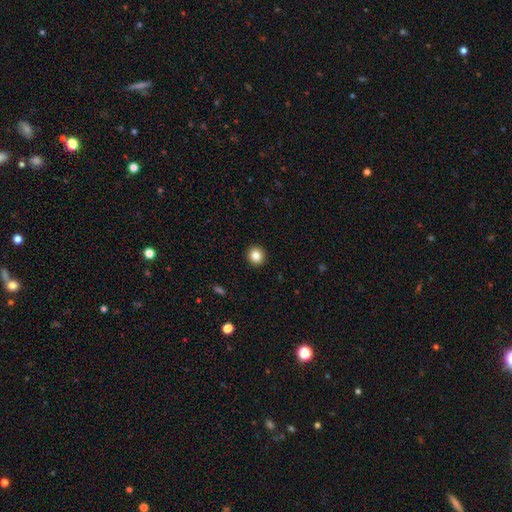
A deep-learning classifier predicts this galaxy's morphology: smooth 85%, star or artifact 10%, featured or disk 6%. Down the decision tree: how rounded — round (91%); merging — none (93%).